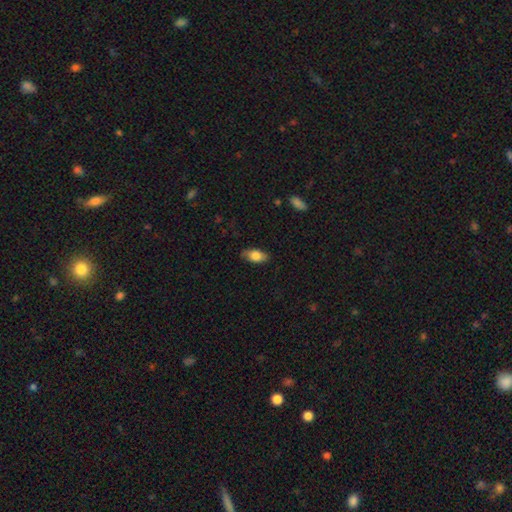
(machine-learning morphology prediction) type=smooth (79%); roundness=in between (88%); merging=none (82%).